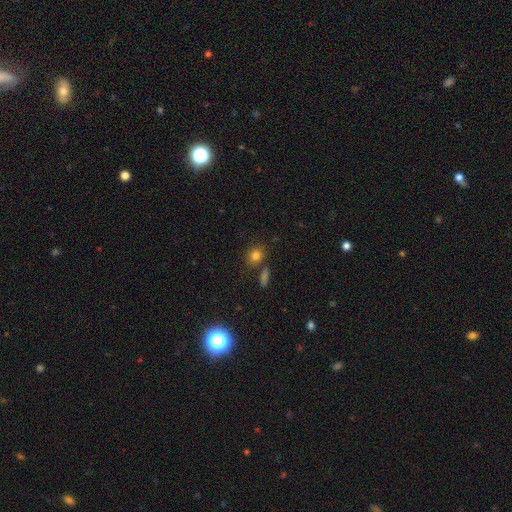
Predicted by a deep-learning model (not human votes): Smooth or featured? Predicted: smooth (p=0.80). How rounded? Predicted: round (p=0.62). Merging? Predicted: none (p=0.72).